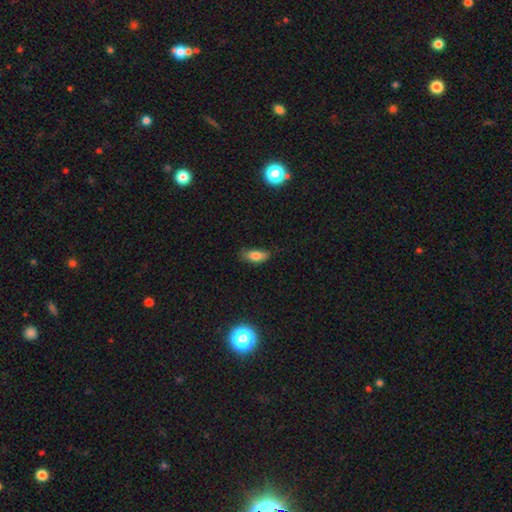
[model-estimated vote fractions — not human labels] This appears to be a smooth galaxy with no disk features (79%) that is in between round and cigar-shaped (82%). Merging: none (68%).